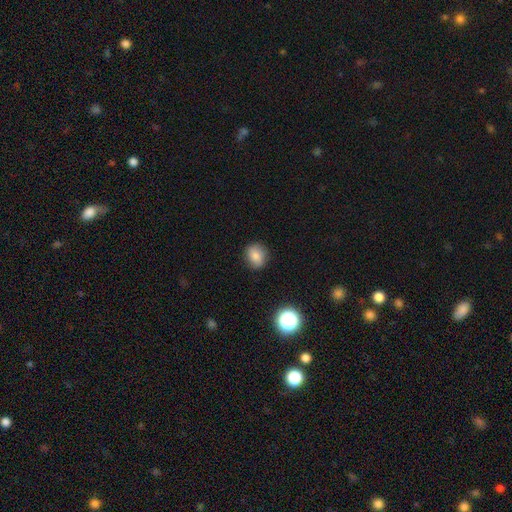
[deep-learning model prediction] Overall: smooth (82%). How rounded: round (72%). Merging: none (86%).